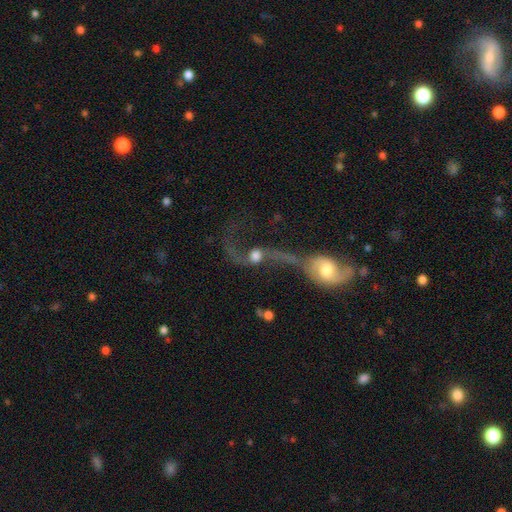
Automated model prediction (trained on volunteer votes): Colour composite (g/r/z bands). It shows a featured or disk galaxy (65%) with no bar (64%), spiral arms (81%) and a moderate central bulge (42%). Merging: merger (53%).